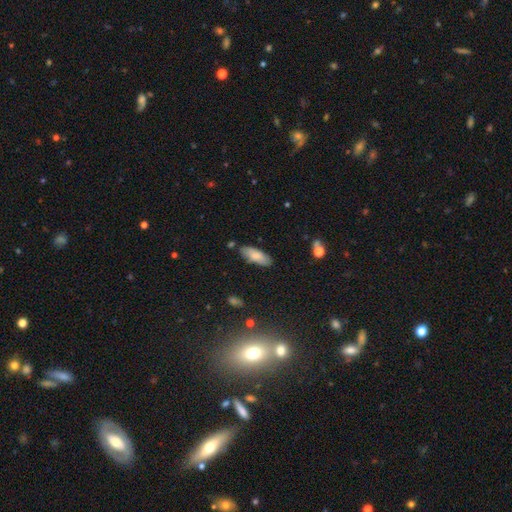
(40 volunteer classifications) smooth-or-featured: smooth: 80% | featured or disk: 12% | star or artifact: 8%
  how-rounded: in between: 78% | cigar-shaped: 22% | round: 0%
  merging: none: 78% | minor disturbance: 22% | major disturbance: 0% | merger: 0%